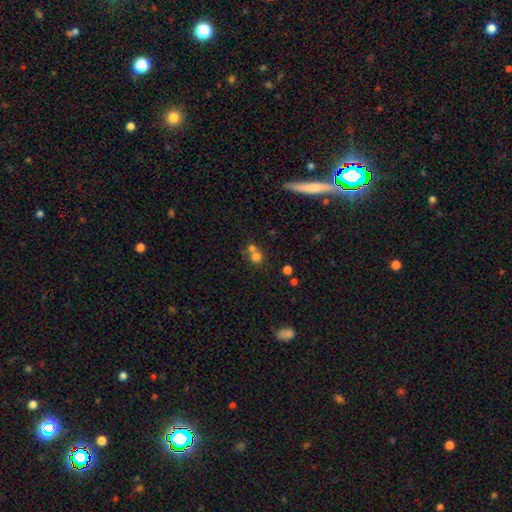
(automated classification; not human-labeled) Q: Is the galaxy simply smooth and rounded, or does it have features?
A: smooth — 72%.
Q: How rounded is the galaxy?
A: round — 83%.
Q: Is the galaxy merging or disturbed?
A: merger — 48%.